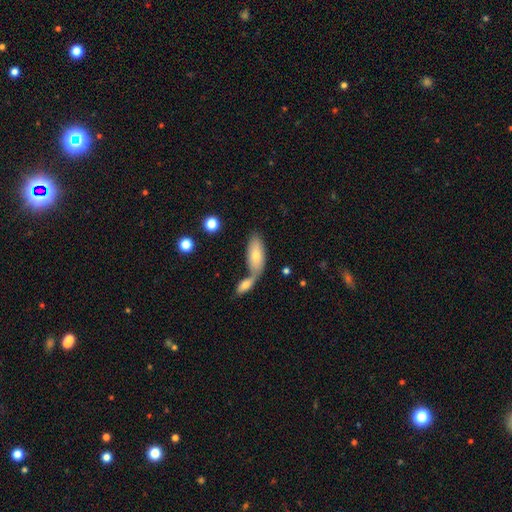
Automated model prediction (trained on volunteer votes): A smooth galaxy with no disk features (73%) that is in between round and cigar-shaped (84%). Merging: merger (50%).